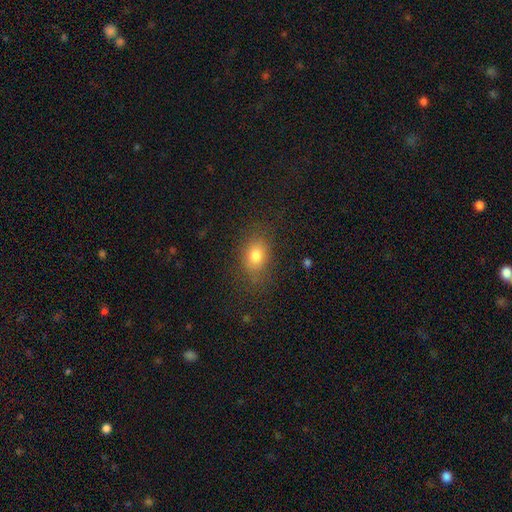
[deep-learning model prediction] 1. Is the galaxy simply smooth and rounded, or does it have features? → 80% smooth, 11% star or artifact, 9% featured or disk.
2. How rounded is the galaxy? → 74% in between, 25% round, 2% cigar-shaped.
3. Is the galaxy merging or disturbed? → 77% none, 16% minor disturbance, 6% major disturbance, 1% merger.